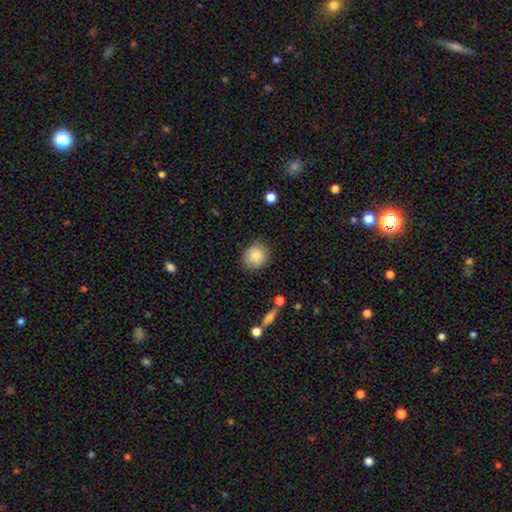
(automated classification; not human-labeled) smooth 86%, star or artifact 8%, featured or disk 6%. Down the decision tree: how rounded — round (81%); merging — none (83%).